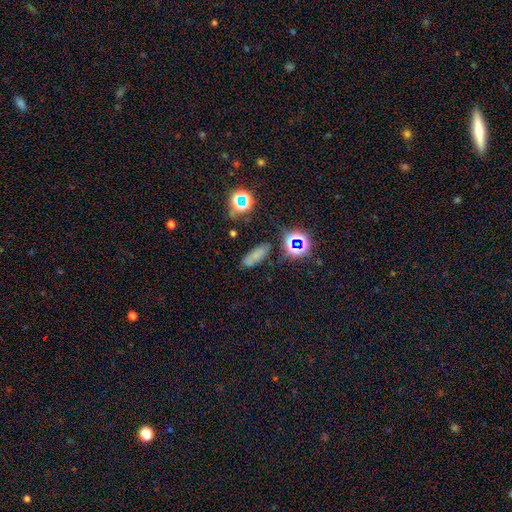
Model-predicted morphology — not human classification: smooth_or_featured: smooth (p=0.55) [alt: star or artifact p=0.30]
how_rounded: in between (p=0.63) [alt: cigar-shaped p=0.28]
merging: none (p=0.74) [alt: minor disturbance p=0.16]